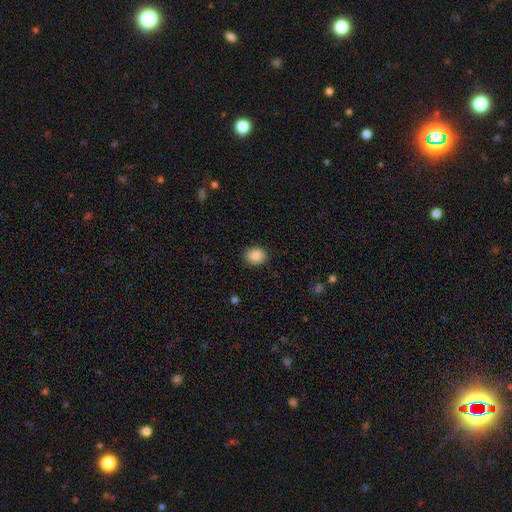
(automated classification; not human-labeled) Smooth or featured: smooth — 88% (star or artifact — 9%)
How rounded: round — 58% (in between — 41%)
Merging: none — 87% (minor disturbance — 9%)